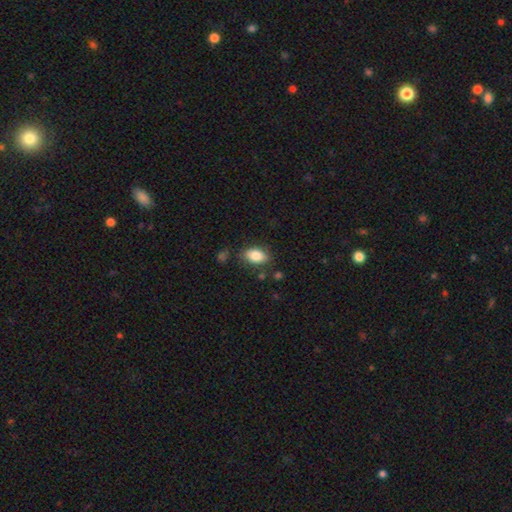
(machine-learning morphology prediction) type=smooth (82%); roundness=in between (88%); merging=none (77%).